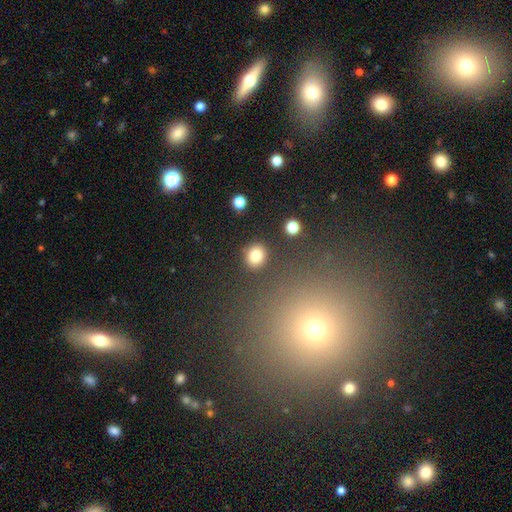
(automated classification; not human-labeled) A smooth galaxy with no disk features (83%) that is round (72%).

Vote fractions:
- Smooth or featured? smooth: 83% / star or artifact: 11% / featured or disk: 6%
- How rounded? round: 72% / in between: 27% / cigar-shaped: 1%
- Merging? none: 86% / minor disturbance: 8% / merger: 3% / major disturbance: 3%